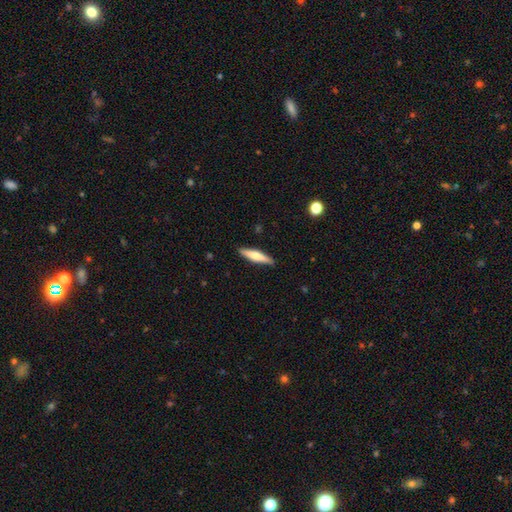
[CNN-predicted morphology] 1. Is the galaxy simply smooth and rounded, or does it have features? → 58% smooth, 36% featured or disk, 6% star or artifact.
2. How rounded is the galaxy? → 83% cigar-shaped, 15% in between, 1% round.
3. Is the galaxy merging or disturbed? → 89% none, 8% minor disturbance, 2% major disturbance, 1% merger.